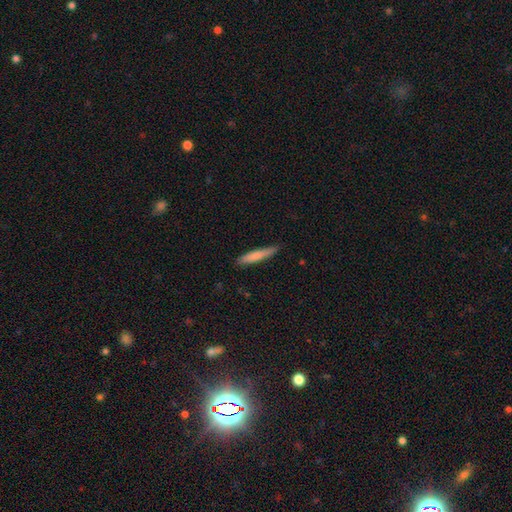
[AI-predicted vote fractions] smooth-or-featured: smooth: 73% | featured or disk: 22% | star or artifact: 6%
  how-rounded: cigar-shaped: 92% | in between: 7% | round: 1%
  merging: none: 86% | minor disturbance: 11% | major disturbance: 2% | merger: 1%